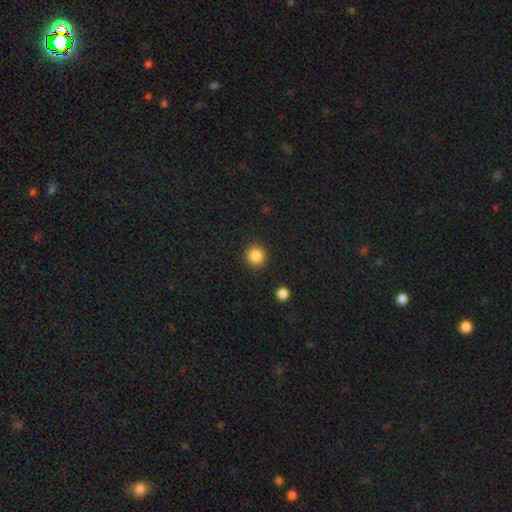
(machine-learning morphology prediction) smooth-or-featured: smooth: 86% | star or artifact: 10% | featured or disk: 4%
  how-rounded: round: 94% | in between: 5% | cigar-shaped: 1%
  merging: none: 91% | minor disturbance: 6% | major disturbance: 2% | merger: 2%